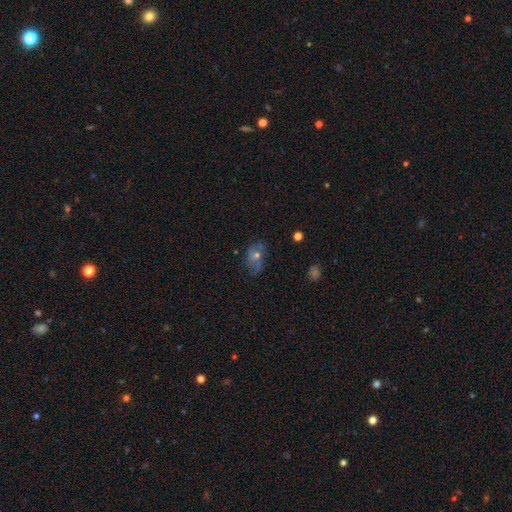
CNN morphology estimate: The model was most divided on "smooth or featured": featured or disk: 43%, smooth: 38%, star or artifact: 19%. More confident: merging — none (61%).